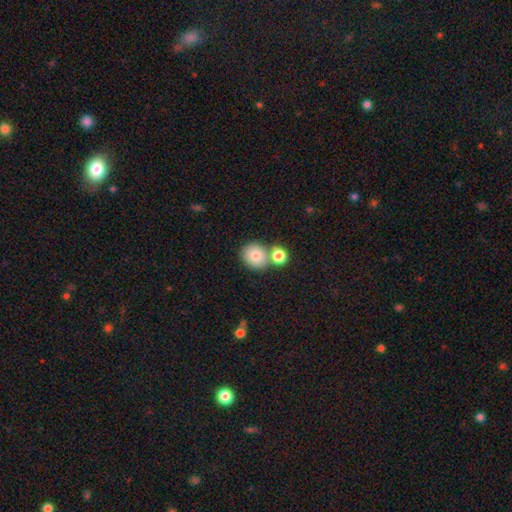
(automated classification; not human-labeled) Morphology: type=smooth (80%); roundness=round (80%); merging=none (58%).